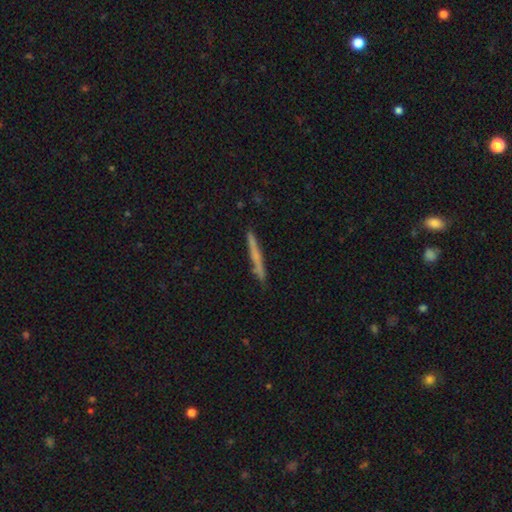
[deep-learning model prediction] Q: Smooth or featured?
A: smooth (50%); runner-up: featured or disk (43%)
Q: How rounded?
A: cigar-shaped (96%); runner-up: in between (2%)
Q: Merging?
A: none (88%); runner-up: minor disturbance (8%)